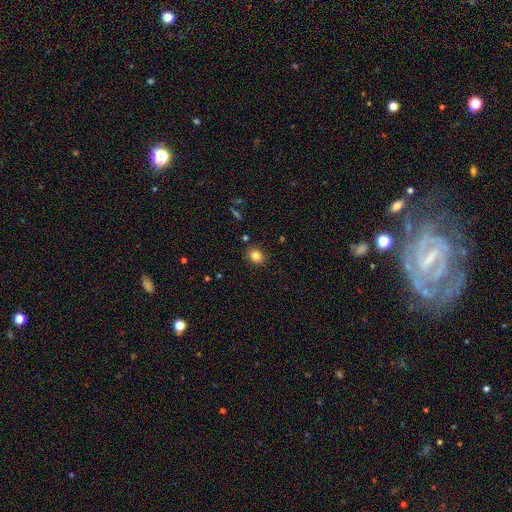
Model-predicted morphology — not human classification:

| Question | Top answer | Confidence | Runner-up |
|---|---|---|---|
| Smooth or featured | smooth | 83% | star or artifact (11%) |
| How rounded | round | 56% | in between (44%) |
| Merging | none | 87% | minor disturbance (8%) |